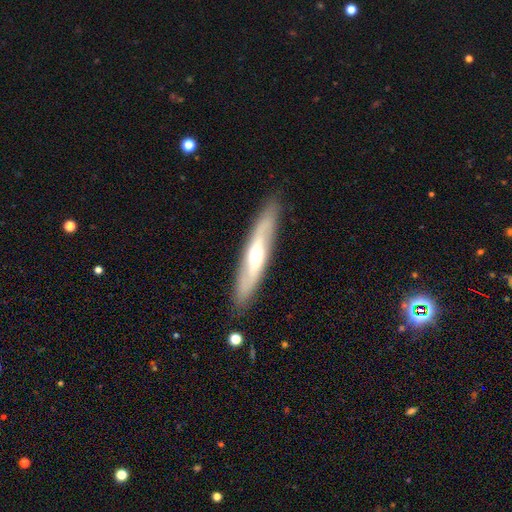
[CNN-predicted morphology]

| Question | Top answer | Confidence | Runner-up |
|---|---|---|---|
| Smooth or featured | featured or disk | 63% | smooth (32%) |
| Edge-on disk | yes | 58% | no (42%) |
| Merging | none | 87% | minor disturbance (10%) |